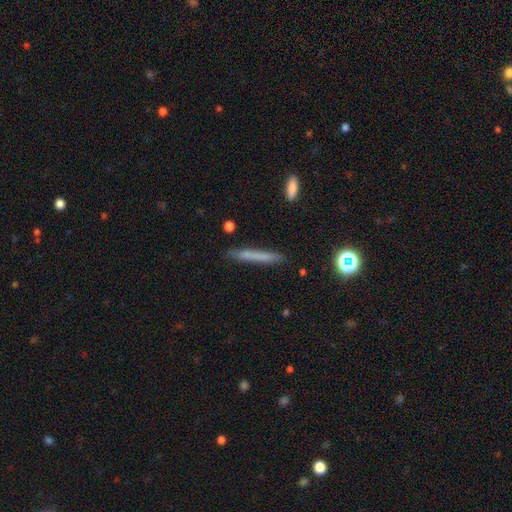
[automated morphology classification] The model was most divided on "smooth or featured": smooth: 64%, featured or disk: 25%, star or artifact: 11%. More confident: how rounded — cigar-shaped (95%); merging — none (85%).